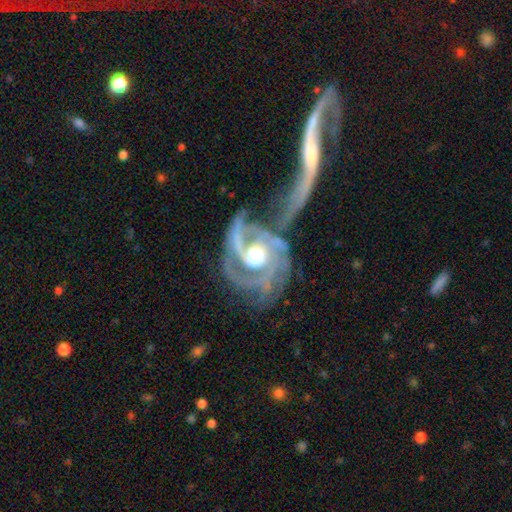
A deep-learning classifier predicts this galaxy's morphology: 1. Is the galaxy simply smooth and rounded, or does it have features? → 90% featured or disk, 5% smooth, 5% star or artifact.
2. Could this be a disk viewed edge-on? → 97% no, 3% yes.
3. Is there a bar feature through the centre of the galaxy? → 64% no, 25% weak, 11% strong.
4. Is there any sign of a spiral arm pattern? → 96% yes, 4% no.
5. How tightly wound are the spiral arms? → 46% tight, 41% medium, 13% loose.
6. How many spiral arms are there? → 32% 3, 27% 2, 17% can't tell, 10% 4, 8% 1, 7% more than 4.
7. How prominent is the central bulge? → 72% moderate, 15% large, 10% small, 1% dominant, 1% none.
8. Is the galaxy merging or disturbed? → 34% major disturbance, 32% none, 18% minor disturbance, 17% merger.